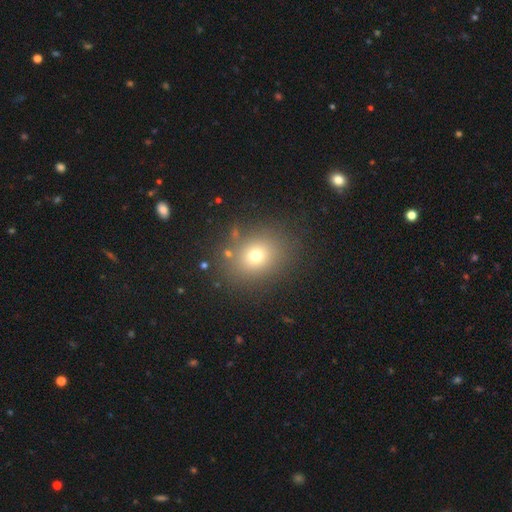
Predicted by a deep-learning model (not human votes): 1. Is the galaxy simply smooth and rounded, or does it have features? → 70% smooth, 18% star or artifact, 12% featured or disk.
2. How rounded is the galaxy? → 59% round, 40% in between, 1% cigar-shaped.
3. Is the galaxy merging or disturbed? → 83% none, 9% minor disturbance, 5% major disturbance, 3% merger.